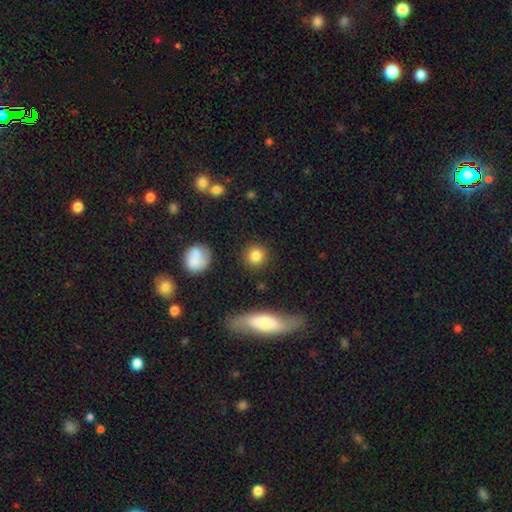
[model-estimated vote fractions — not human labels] Q: Smooth or featured?
A: smooth (84%); runner-up: star or artifact (10%)
Q: How rounded?
A: round (89%); runner-up: in between (9%)
Q: Merging?
A: none (87%); runner-up: minor disturbance (8%)